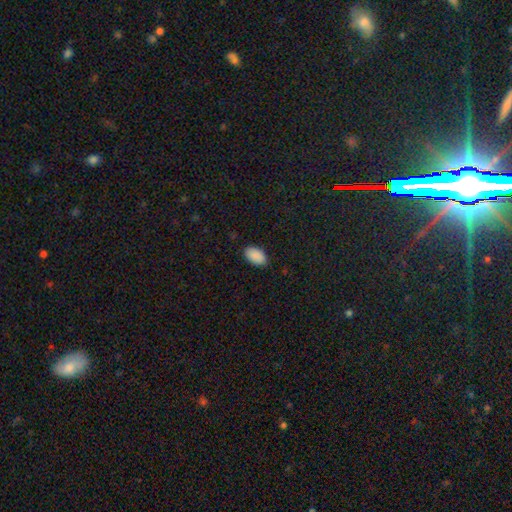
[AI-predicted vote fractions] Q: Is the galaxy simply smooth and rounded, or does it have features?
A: smooth — 91%.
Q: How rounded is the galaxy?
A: in between — 95%.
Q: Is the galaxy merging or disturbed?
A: none — 89%.